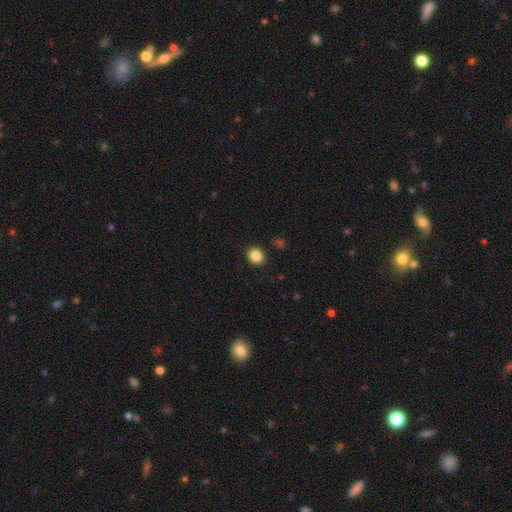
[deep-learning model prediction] Smooth or featured?
  - smooth: 87% *
  - star or artifact: 10%
  - featured or disk: 4%
How rounded?
  - round: 59% *
  - in between: 41%
  - cigar-shaped: 1%
Merging?
  - none: 90% *
  - minor disturbance: 6%
  - major disturbance: 2%
  - merger: 1%